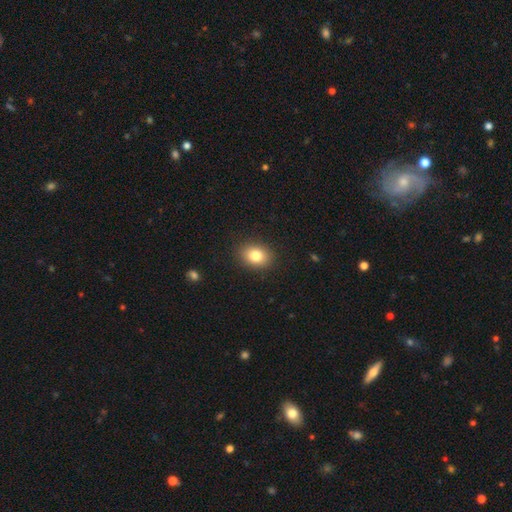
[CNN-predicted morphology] smooth_or_featured: smooth (p=0.82) [alt: star or artifact p=0.09]
how_rounded: in between (p=0.63) [alt: round p=0.36]
merging: none (p=0.89) [alt: minor disturbance p=0.08]